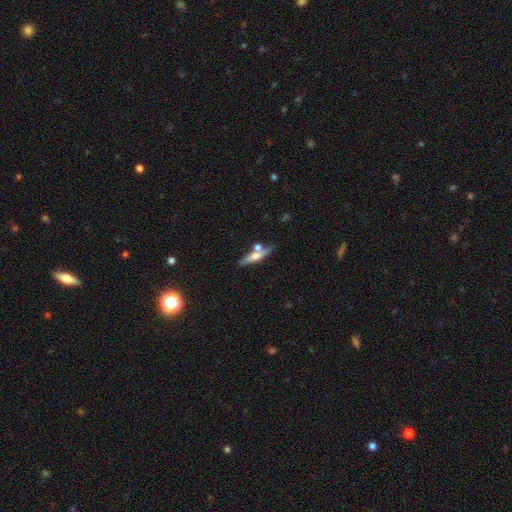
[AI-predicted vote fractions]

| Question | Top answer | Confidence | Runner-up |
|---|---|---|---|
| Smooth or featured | featured or disk | 50% | smooth (43%) |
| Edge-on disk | yes | 89% | no (11%) |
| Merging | none | 64% | merger (19%) |